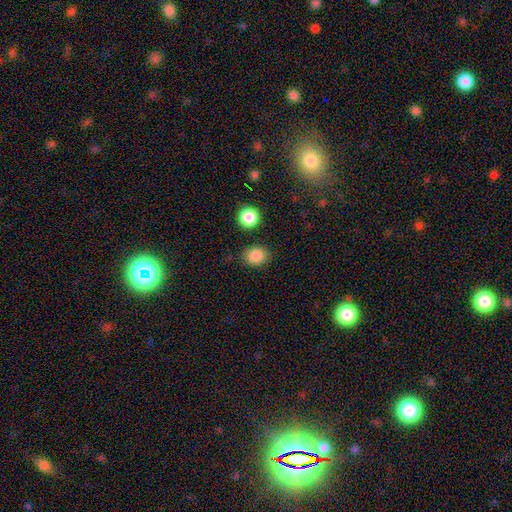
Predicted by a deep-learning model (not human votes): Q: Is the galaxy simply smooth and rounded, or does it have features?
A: smooth — 86%.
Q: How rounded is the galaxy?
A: round — 61%.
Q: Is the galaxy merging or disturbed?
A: none — 84%.